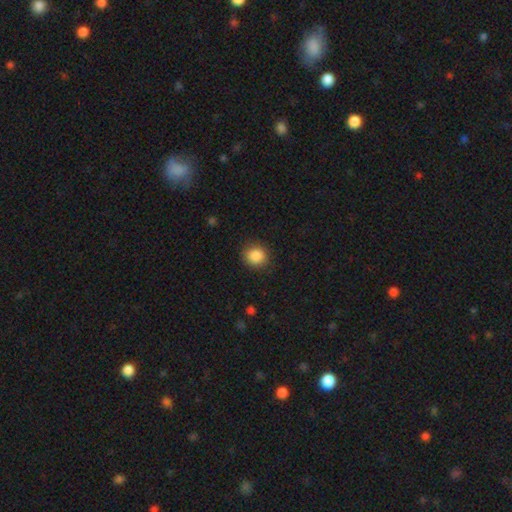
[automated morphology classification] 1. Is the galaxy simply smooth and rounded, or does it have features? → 88% smooth, 9% star or artifact, 3% featured or disk.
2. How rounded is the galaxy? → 80% round, 19% in between, 1% cigar-shaped.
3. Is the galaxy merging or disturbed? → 86% none, 10% minor disturbance, 3% major disturbance, 1% merger.